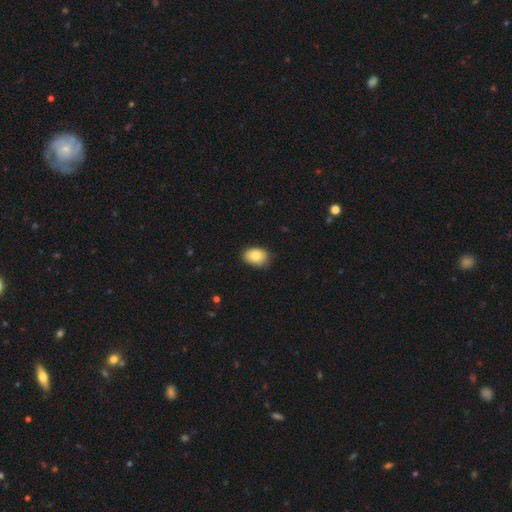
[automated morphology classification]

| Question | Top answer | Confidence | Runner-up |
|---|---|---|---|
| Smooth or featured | smooth | 84% | featured or disk (8%) |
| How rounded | in between | 81% | round (18%) |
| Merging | none | 81% | minor disturbance (16%) |